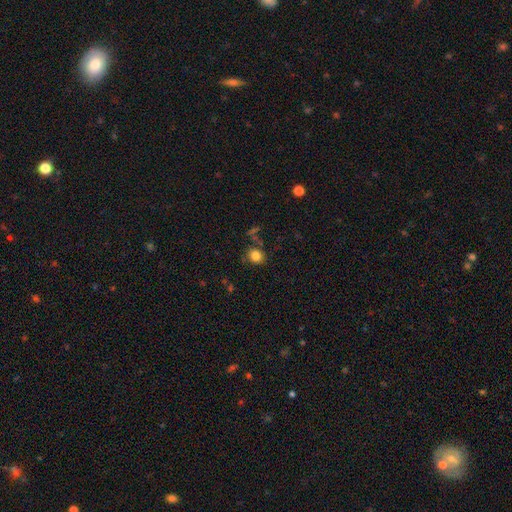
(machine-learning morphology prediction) This is clearly a smooth galaxy (82%). How rounded: likely round (70%). Merging: likely none (75%).